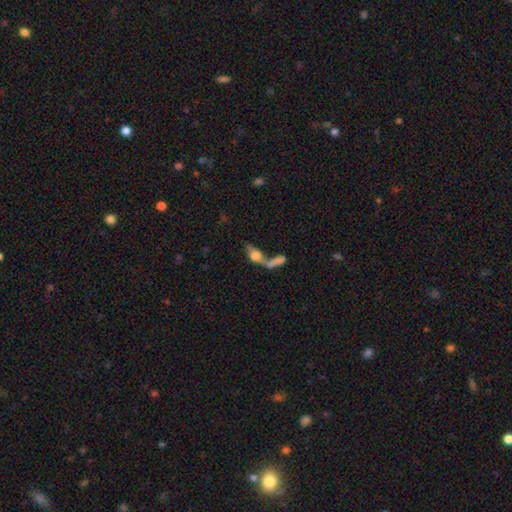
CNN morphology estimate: This is possibly a smooth galaxy (55%). How rounded: likely in between (63%). Merging: likely merger (62%).